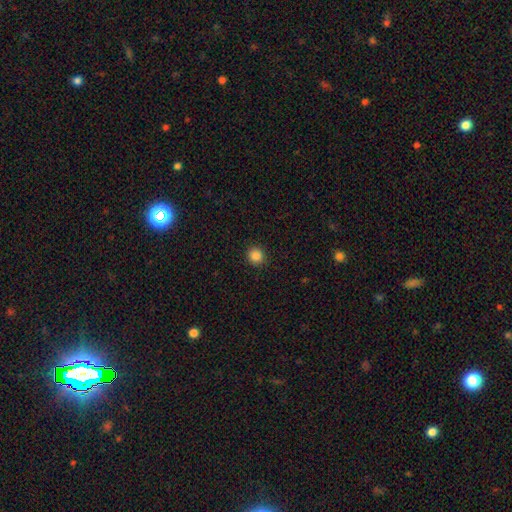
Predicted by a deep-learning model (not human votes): smooth 86%, star or artifact 11%, featured or disk 3%. Down the decision tree: how rounded — round (93%); merging — none (92%).